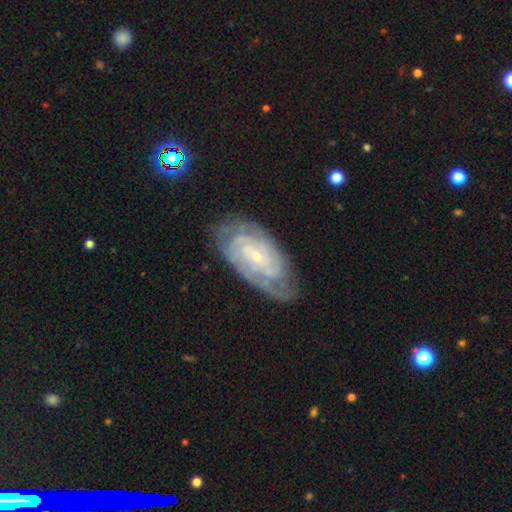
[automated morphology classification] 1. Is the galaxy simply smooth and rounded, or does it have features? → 85% featured or disk, 10% smooth, 6% star or artifact.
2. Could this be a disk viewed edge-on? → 96% no, 4% yes.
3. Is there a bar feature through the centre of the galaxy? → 54% no, 35% weak, 11% strong.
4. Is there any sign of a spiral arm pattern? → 96% yes, 4% no.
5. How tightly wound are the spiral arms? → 68% tight, 27% medium, 5% loose.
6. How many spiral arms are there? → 31% can't tell (tied), 31% 2 (tied), 19% 3, 10% 4, 5% 1, 5% more than 4.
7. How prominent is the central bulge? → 80% small, 15% moderate, 3% none, 1% large, 1% dominant.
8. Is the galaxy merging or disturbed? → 72% none, 20% minor disturbance, 7% major disturbance, 2% merger.